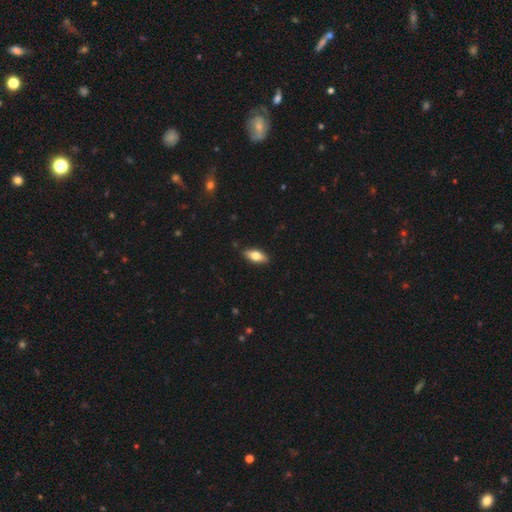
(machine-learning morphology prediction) Smooth or featured? smooth (71%)
How rounded? in between (81%)
Merging? none (88%)